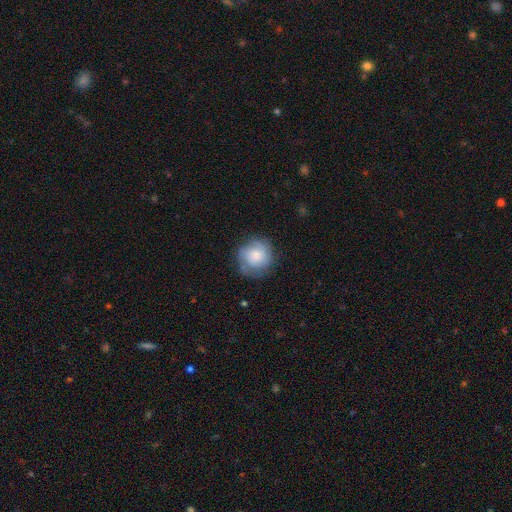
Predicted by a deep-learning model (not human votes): smooth-or-featured: smooth: 52% | featured or disk: 40% | star or artifact: 8%
  how-rounded: round: 87% | in between: 12% | cigar-shaped: 1%
  merging: none: 70% | minor disturbance: 21% | major disturbance: 8% | merger: 1%